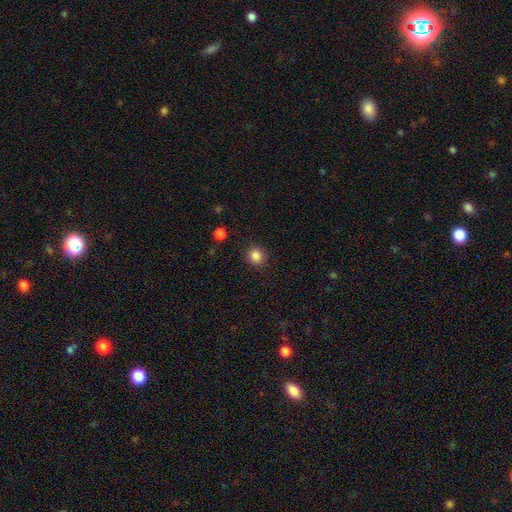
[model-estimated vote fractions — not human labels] Smooth or featured?
  - smooth: 85% *
  - star or artifact: 11%
  - featured or disk: 4%
How rounded?
  - round: 86% *
  - in between: 13%
  - cigar-shaped: 1%
Merging?
  - none: 89% *
  - minor disturbance: 7%
  - major disturbance: 2%
  - merger: 1%